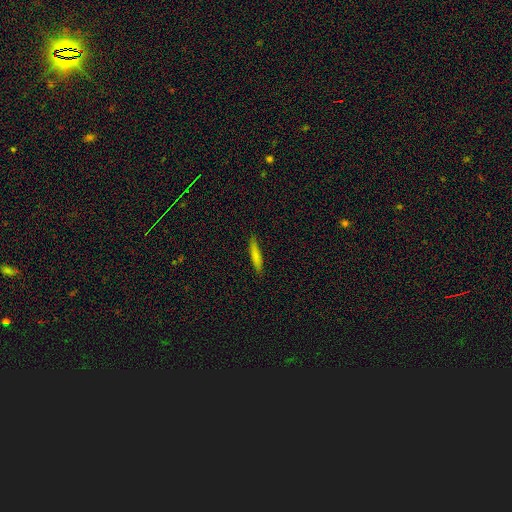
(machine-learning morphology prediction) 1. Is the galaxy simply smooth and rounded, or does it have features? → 77% smooth, 16% featured or disk, 7% star or artifact.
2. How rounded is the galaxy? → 91% cigar-shaped, 8% in between, 1% round.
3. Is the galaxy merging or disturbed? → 87% none, 10% minor disturbance, 2% major disturbance, 1% merger.